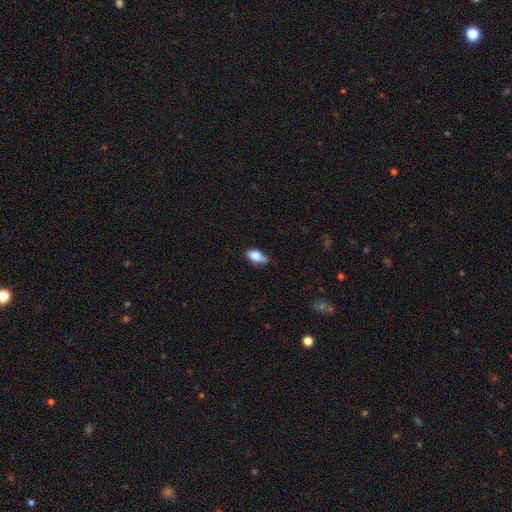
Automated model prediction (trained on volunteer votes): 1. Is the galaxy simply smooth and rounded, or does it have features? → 82% smooth, 11% featured or disk, 7% star or artifact.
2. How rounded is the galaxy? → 90% in between, 6% round, 5% cigar-shaped.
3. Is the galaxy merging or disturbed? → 57% none, 36% minor disturbance, 6% major disturbance, 2% merger.